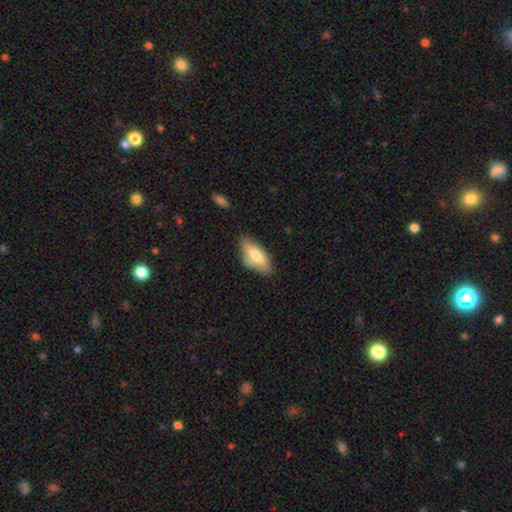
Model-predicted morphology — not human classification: smooth_or_featured: smooth (p=0.70) [alt: featured or disk p=0.24]
how_rounded: in between (p=0.80) [alt: cigar-shaped p=0.17]
merging: none (p=0.72) [alt: minor disturbance p=0.21]